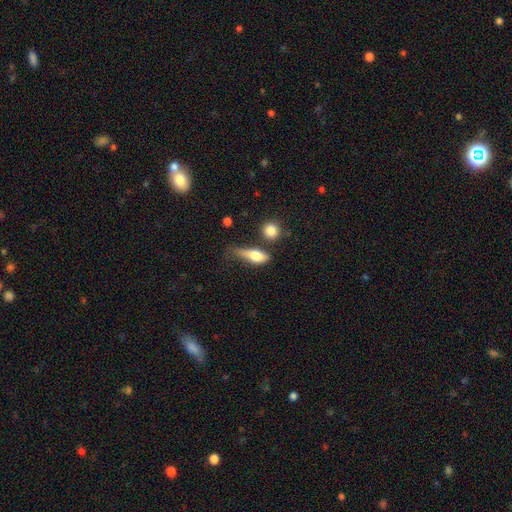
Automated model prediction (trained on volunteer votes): This appears to be a smooth galaxy with no disk features (71%) that is in between round and cigar-shaped (62%). Merging: none (34%).